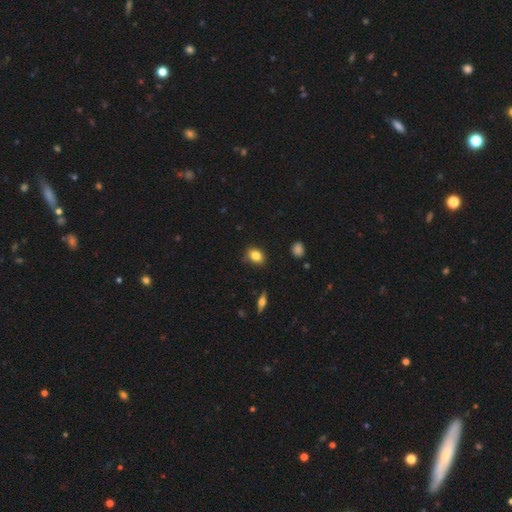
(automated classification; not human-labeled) The model was most divided on "how rounded": in between: 63%, round: 35%, cigar-shaped: 2%. More confident: smooth or featured — smooth (82%); merging — none (75%).